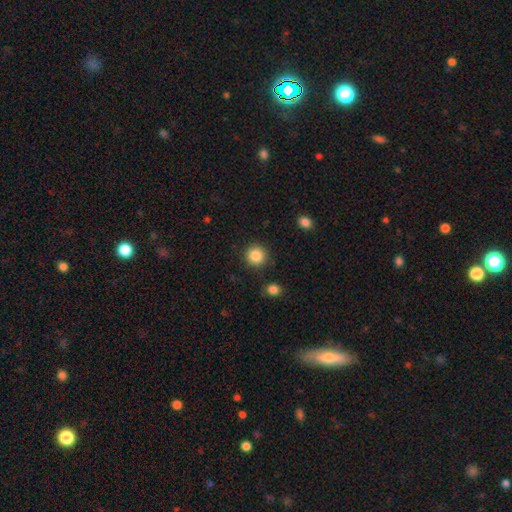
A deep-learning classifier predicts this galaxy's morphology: Smooth or featured?
  - smooth: 86% *
  - star or artifact: 10%
  - featured or disk: 5%
How rounded?
  - round: 94% *
  - in between: 5%
  - cigar-shaped: 1%
Merging?
  - none: 89% *
  - minor disturbance: 6%
  - major disturbance: 2%
  - merger: 2%